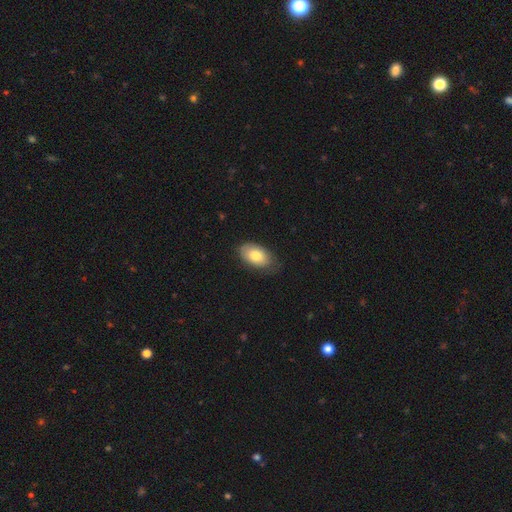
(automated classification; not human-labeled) The model was most divided on "merging": none: 71%, minor disturbance: 24%, major disturbance: 5%, merger: 1%. More confident: how rounded — in between (93%); smooth or featured — smooth (78%).